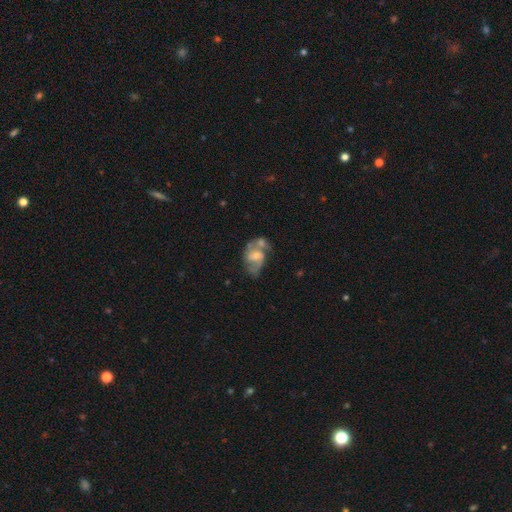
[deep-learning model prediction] featured or disk 70%, smooth 22%, star or artifact 7%. Down the decision tree: edge-on disk — no (97%); bar — no (51%); spiral arms — yes (83%); spiral arm count — 2 (81%); spiral winding — medium (48%); bulge size — small (44%); merging — merger (35%).